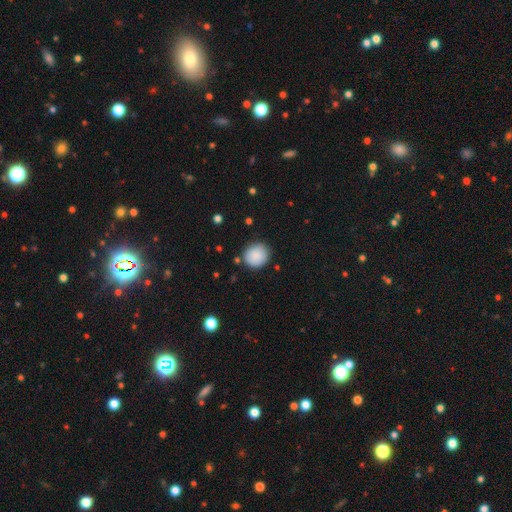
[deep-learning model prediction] Smooth or featured: smooth — 87% (star or artifact — 7%)
How rounded: round — 84% (in between — 15%)
Merging: none — 84% (minor disturbance — 11%)